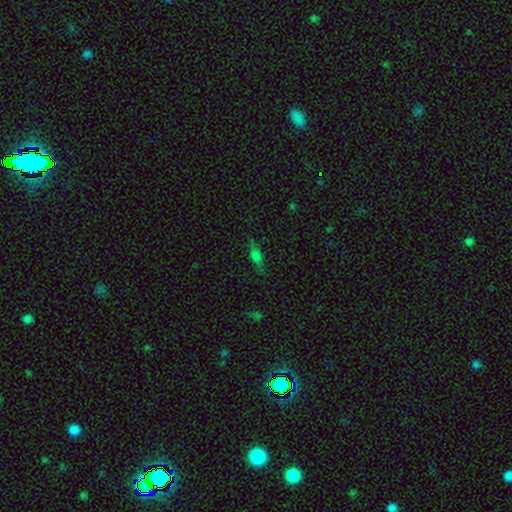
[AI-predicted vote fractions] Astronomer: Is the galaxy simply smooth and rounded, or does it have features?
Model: smooth — 47% (runner-up: featured or disk, 38%).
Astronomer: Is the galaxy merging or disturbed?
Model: none — 81%.